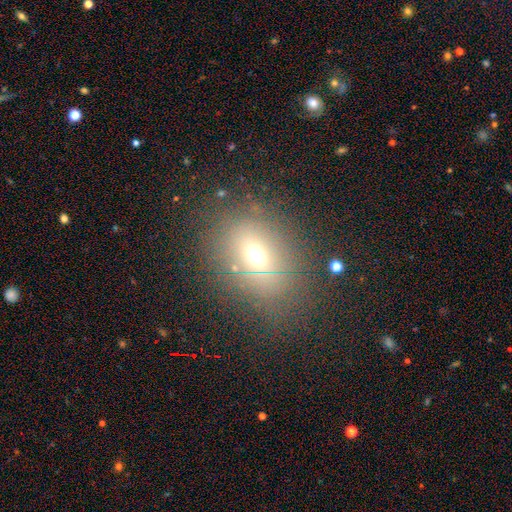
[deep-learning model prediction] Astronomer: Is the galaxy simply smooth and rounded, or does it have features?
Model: smooth — 59%.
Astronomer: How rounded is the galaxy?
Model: in between — 67%.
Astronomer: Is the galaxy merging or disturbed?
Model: none — 75%.